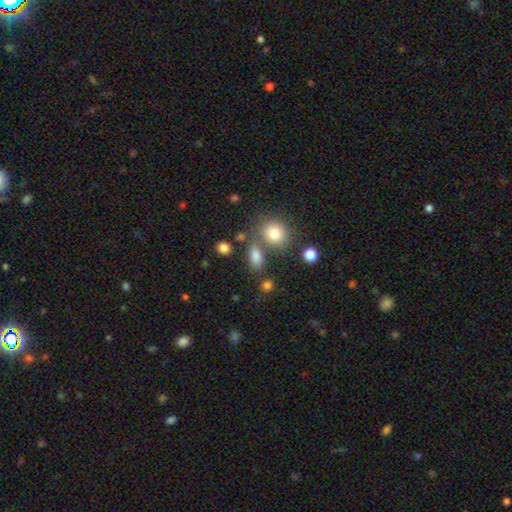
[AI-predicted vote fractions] Smooth or featured?
  - smooth: 80% *
  - star or artifact: 12%
  - featured or disk: 8%
How rounded?
  - in between: 74% *
  - round: 21%
  - cigar-shaped: 5%
Merging?
  - none: 62% *
  - merger: 20%
  - minor disturbance: 12%
  - major disturbance: 5%